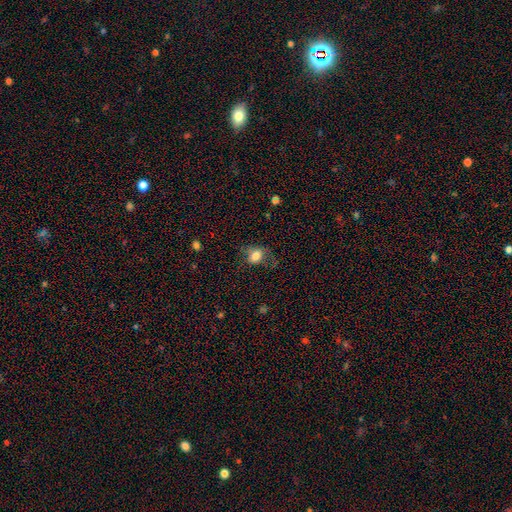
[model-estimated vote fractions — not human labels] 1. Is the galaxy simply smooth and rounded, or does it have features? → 78% smooth, 12% featured or disk, 10% star or artifact.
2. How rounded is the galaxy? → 54% in between, 44% round, 1% cigar-shaped.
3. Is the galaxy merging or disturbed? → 51% none, 27% minor disturbance, 21% major disturbance, 2% merger.